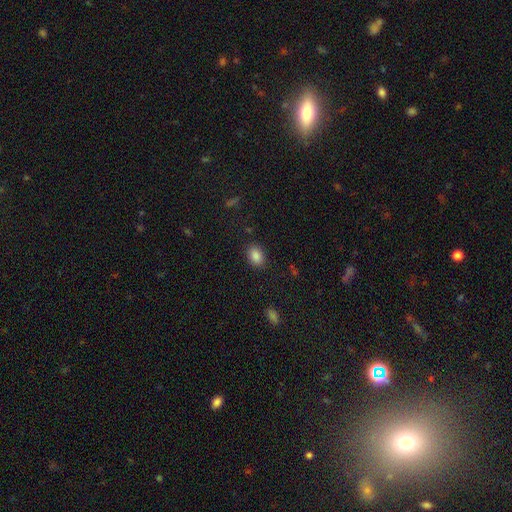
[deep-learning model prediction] A smooth galaxy with no disk features (86%) that is in between round and cigar-shaped (78%). Merging: none (86%).